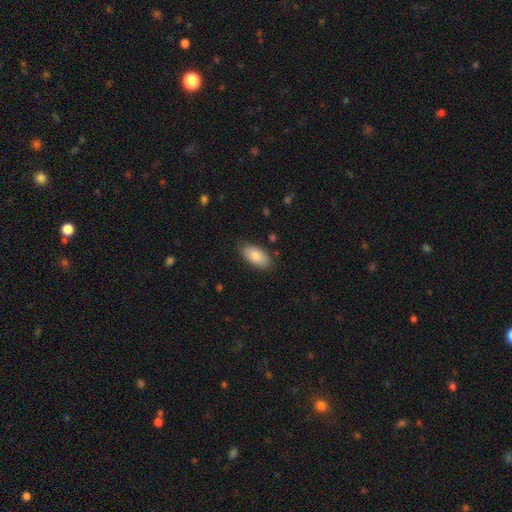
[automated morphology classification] This appears to be a smooth galaxy with no disk features (82%) that is in between round and cigar-shaped (94%). Merging: none (80%).